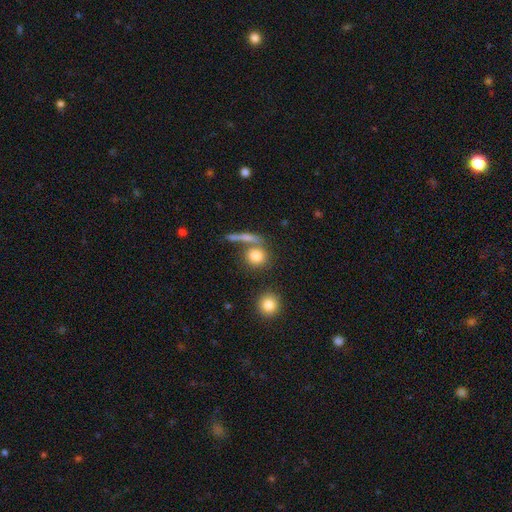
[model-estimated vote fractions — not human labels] A smooth galaxy with no disk features (80%) that is round (84%).

Vote fractions:
- Smooth or featured? smooth: 80% / star or artifact: 10% / featured or disk: 10%
- How rounded? round: 84% / in between: 12% / cigar-shaped: 3%
- Merging? none: 64% / merger: 22% / minor disturbance: 9% / major disturbance: 5%